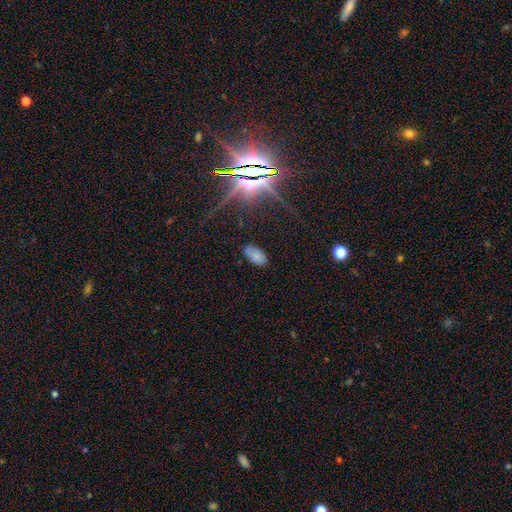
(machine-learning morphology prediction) smooth-or-featured: smooth: 75% | star or artifact: 15% | featured or disk: 10%
  how-rounded: in between: 95% | round: 3% | cigar-shaped: 2%
  merging: none: 77% | minor disturbance: 17% | major disturbance: 4% | merger: 2%